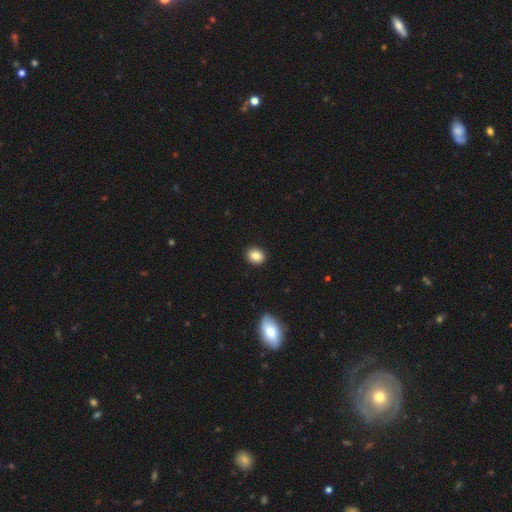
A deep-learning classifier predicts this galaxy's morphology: This is clearly a smooth galaxy (85%). How rounded: likely round (67%). Merging: clearly none (92%).